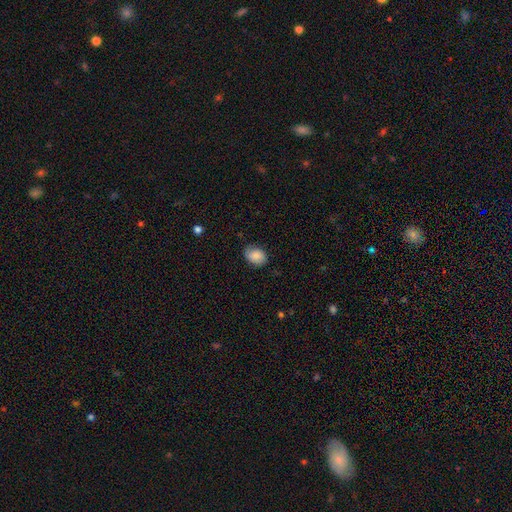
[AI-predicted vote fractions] This appears to be a smooth galaxy with no disk features (82%) that is in between round and cigar-shaped (70%). Merging: none (75%).